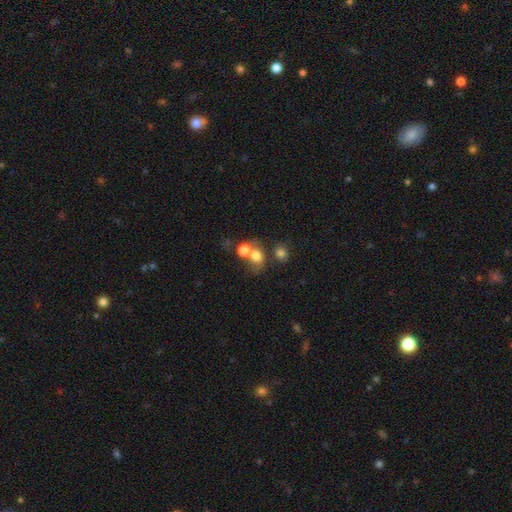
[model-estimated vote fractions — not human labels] smooth 72%, featured or disk 15%, star or artifact 12%. Down the decision tree: how rounded — round (66%); merging — merger (54%).